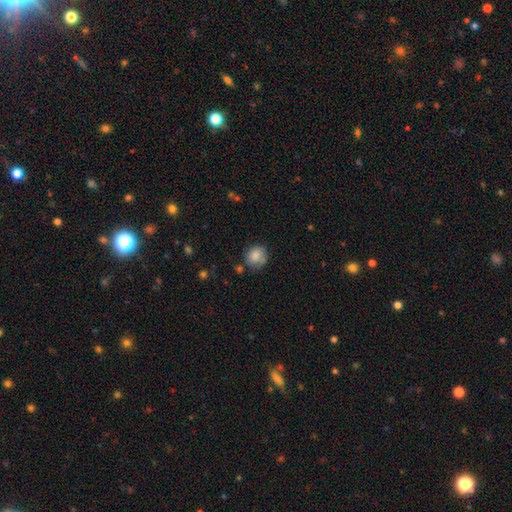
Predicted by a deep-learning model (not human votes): Q: Smooth or featured?
A: smooth (83%); runner-up: star or artifact (9%)
Q: How rounded?
A: round (77%); runner-up: in between (22%)
Q: Merging?
A: none (67%); runner-up: minor disturbance (22%)